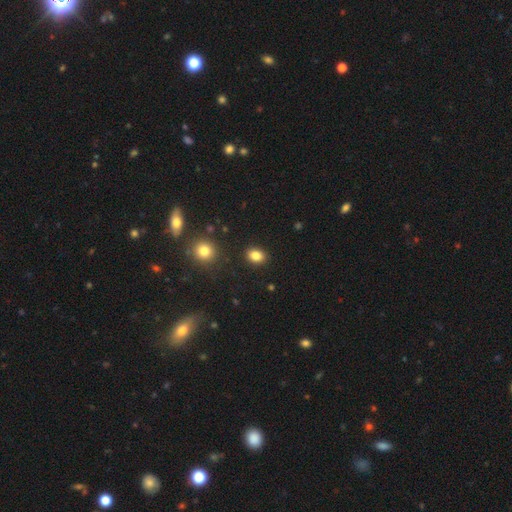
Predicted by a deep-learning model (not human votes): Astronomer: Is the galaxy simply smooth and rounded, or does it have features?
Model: smooth — 84%.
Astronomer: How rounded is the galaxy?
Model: in between — 62% (runner-up: round, 37%).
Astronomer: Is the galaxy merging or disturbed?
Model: none — 89%.